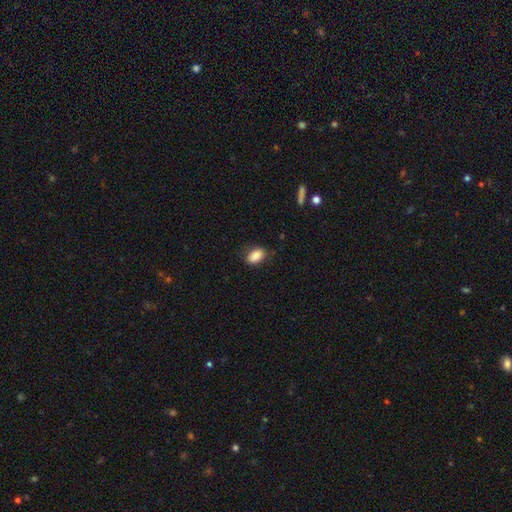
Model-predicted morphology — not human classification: smooth_or_featured: smooth (p=0.86) [alt: star or artifact p=0.08]
how_rounded: in between (p=0.90) [alt: round p=0.08]
merging: none (p=0.81) [alt: minor disturbance p=0.14]